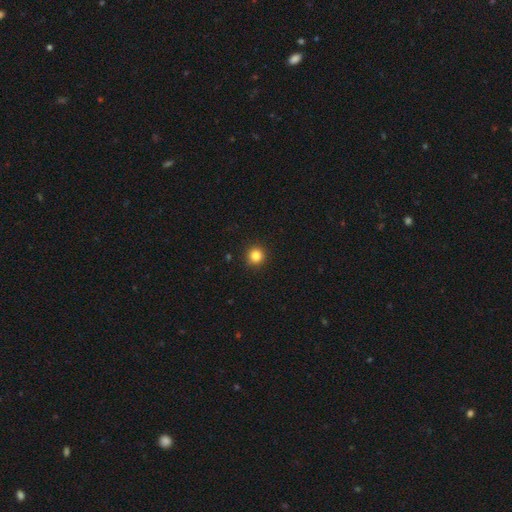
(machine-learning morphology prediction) type=smooth (83%); roundness=round (95%); merging=none (92%).